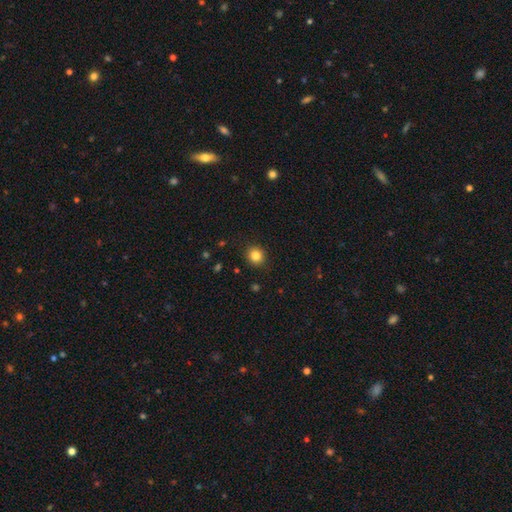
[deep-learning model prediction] smooth 84%, star or artifact 11%, featured or disk 5%. Down the decision tree: how rounded — round (89%); merging — none (91%).